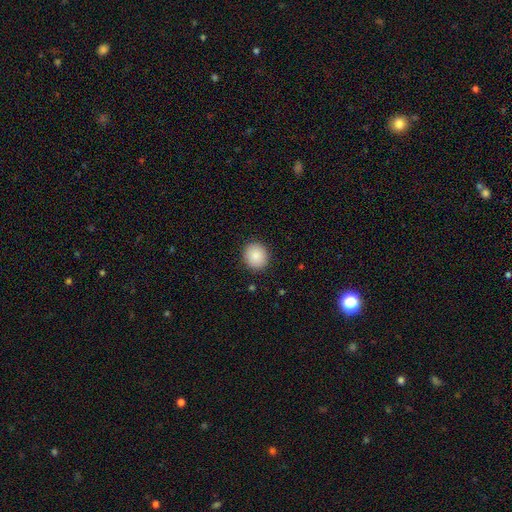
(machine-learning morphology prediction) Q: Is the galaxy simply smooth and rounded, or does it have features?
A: smooth — 88%.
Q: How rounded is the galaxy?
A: round — 83%.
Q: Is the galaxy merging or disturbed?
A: none — 90%.